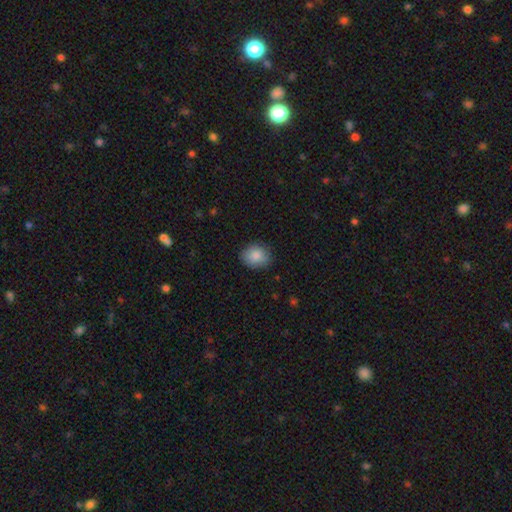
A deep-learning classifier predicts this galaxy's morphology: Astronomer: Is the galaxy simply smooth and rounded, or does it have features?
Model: smooth — 87%.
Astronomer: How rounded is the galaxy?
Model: round — 55% (runner-up: in between, 44%).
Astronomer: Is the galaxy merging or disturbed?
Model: none — 84%.